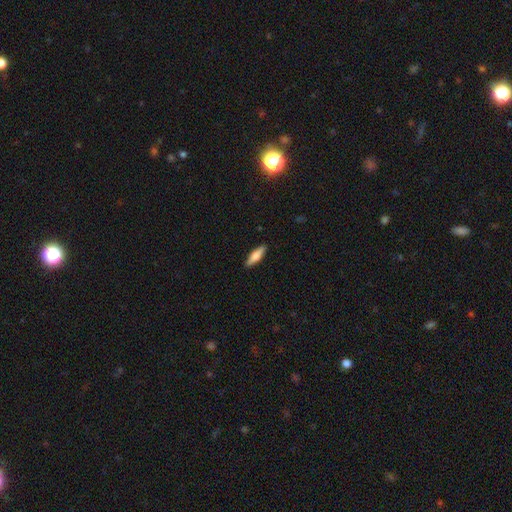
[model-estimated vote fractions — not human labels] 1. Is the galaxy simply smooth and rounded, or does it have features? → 63% smooth, 32% featured or disk, 6% star or artifact.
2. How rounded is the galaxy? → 62% cigar-shaped, 36% in between, 2% round.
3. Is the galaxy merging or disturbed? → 90% none, 7% minor disturbance, 2% major disturbance, 1% merger.